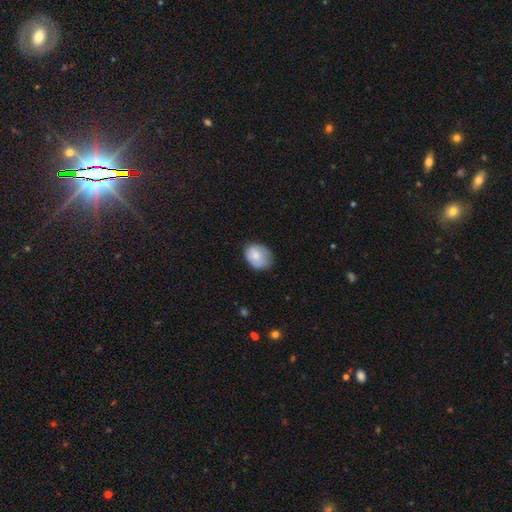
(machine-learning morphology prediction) Q: Smooth or featured?
A: smooth (79%); runner-up: featured or disk (14%)
Q: How rounded?
A: in between (66%); runner-up: round (33%)
Q: Merging?
A: none (65%); runner-up: minor disturbance (28%)